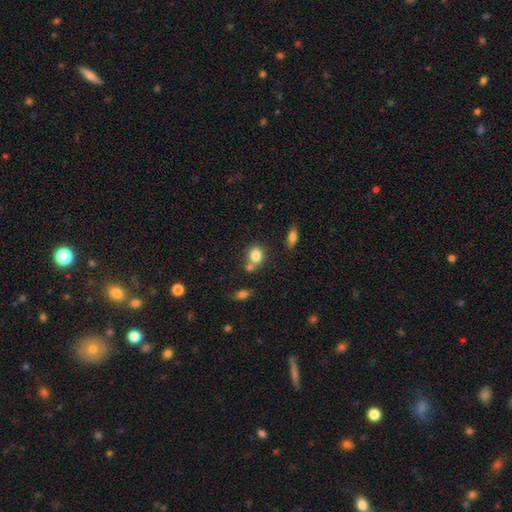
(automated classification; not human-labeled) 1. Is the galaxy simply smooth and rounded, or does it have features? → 82% smooth, 10% star or artifact, 8% featured or disk.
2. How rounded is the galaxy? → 55% round, 43% in between, 1% cigar-shaped.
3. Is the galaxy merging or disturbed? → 52% none, 29% merger, 14% minor disturbance, 4% major disturbance.